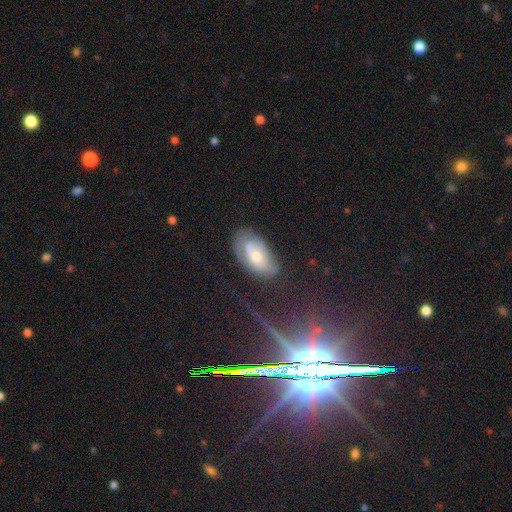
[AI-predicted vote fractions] Smooth or featured?
  - featured or disk: 46% *
  - smooth: 42%
  - star or artifact: 13%
Merging?
  - none: 57% *
  - minor disturbance: 28%
  - major disturbance: 11%
  - merger: 4%